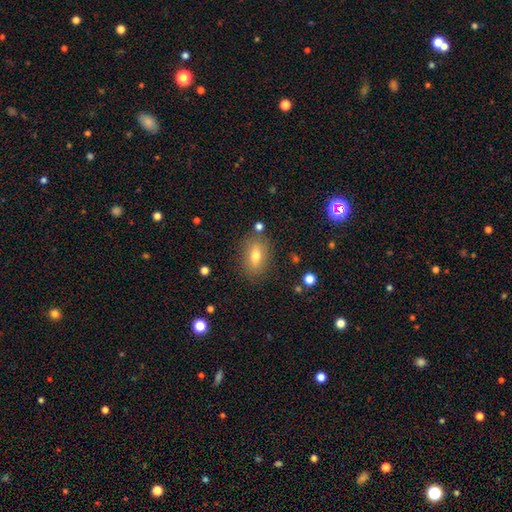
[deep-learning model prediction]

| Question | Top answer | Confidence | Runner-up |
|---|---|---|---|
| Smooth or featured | smooth | 71% | featured or disk (19%) |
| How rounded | in between | 79% | round (16%) |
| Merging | none | 82% | minor disturbance (11%) |